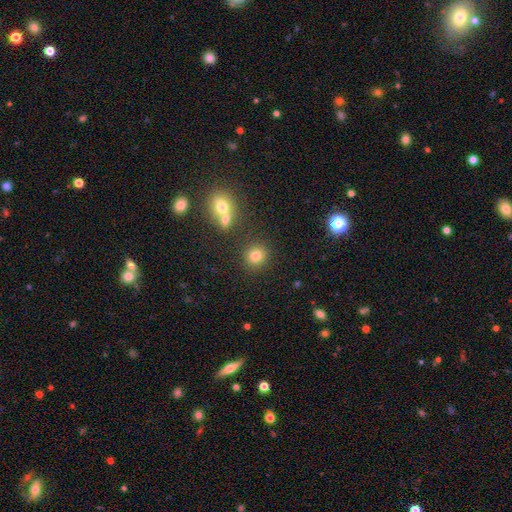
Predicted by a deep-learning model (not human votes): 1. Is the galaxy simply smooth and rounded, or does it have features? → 78% smooth, 14% star or artifact, 7% featured or disk.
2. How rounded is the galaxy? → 87% round, 12% in between, 1% cigar-shaped.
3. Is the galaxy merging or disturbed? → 83% none, 7% minor disturbance, 6% merger, 3% major disturbance.